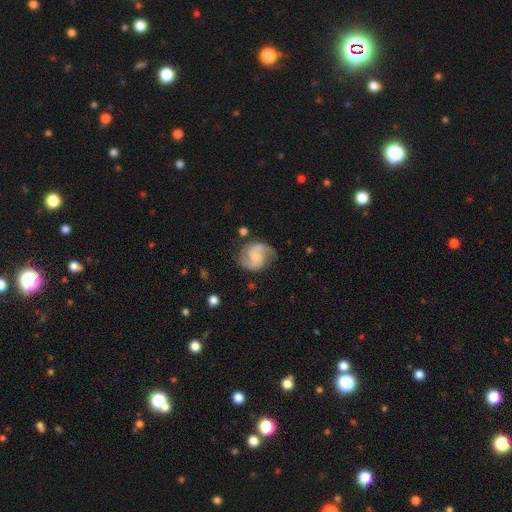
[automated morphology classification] A featured or disk galaxy (85%) with no bar (60%), 2 (91%) medium (53%) spiral arms (97%) and a small central bulge (52%). Merging: none (76%).